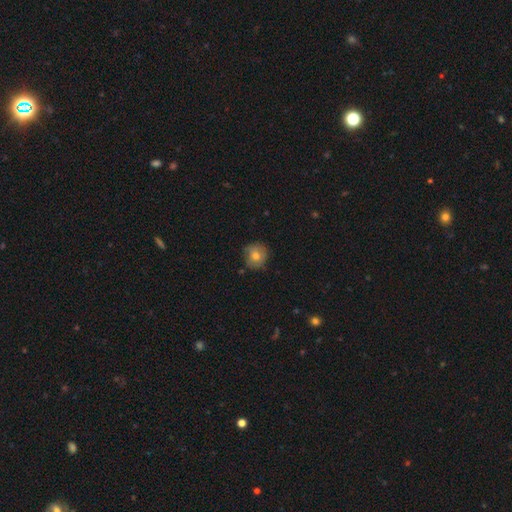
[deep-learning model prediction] Smooth or featured? smooth (71%)
How rounded? round (88%)
Merging? none (72%)